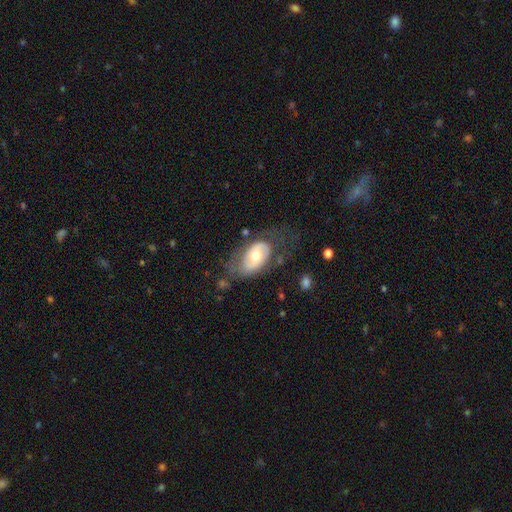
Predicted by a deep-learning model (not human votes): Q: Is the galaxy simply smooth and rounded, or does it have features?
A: featured or disk — 55%.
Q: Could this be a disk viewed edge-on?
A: no — 92%.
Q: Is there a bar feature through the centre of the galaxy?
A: no — 69%.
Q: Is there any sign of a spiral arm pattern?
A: yes — 53%.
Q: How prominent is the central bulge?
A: moderate — 73%.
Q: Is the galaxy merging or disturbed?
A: none — 52%.